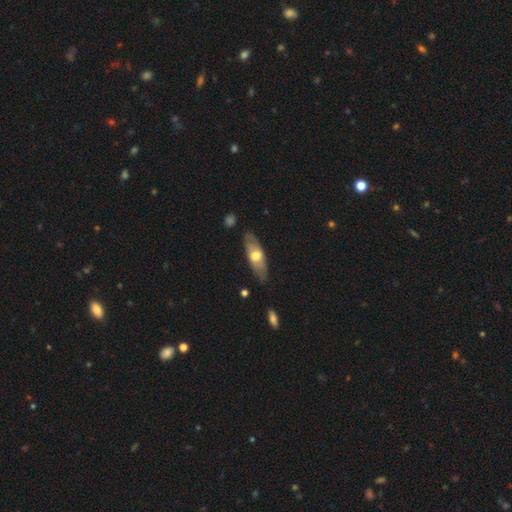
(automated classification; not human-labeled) Smooth or featured?
  - smooth: 50% *
  - featured or disk: 45%
  - star or artifact: 5%
Merging?
  - none: 81% *
  - minor disturbance: 15%
  - major disturbance: 3%
  - merger: 2%